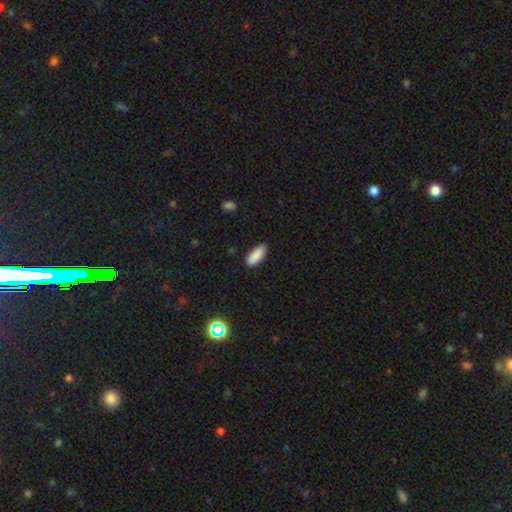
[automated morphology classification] The model was most divided on "how rounded": in between: 82%, cigar-shaped: 16%, round: 2%. More confident: smooth or featured — smooth (89%); merging — none (86%).